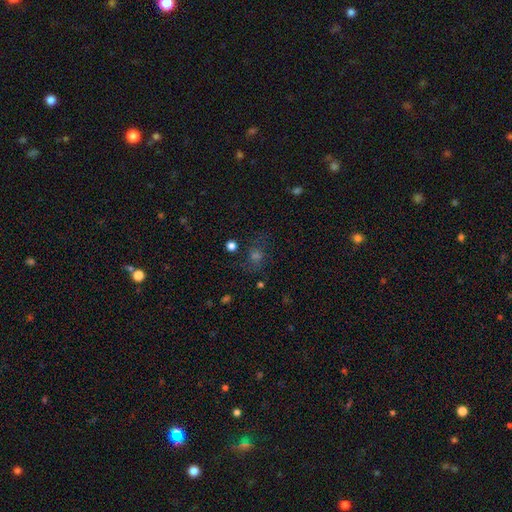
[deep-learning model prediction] This is marginally a star or artifact rather than a galaxy (42%).